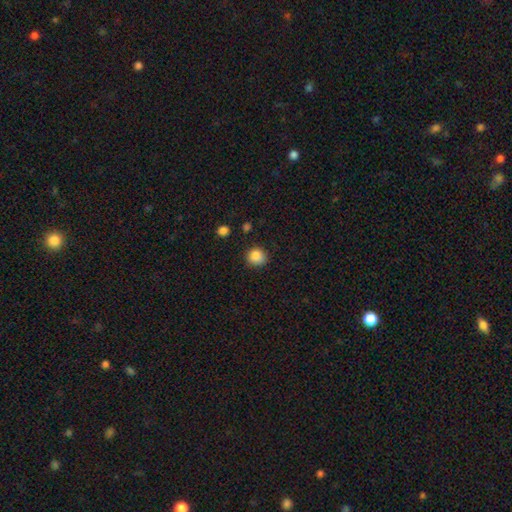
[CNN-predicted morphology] This is clearly a smooth galaxy (85%). How rounded: clearly round (86%). Merging: clearly none (83%).